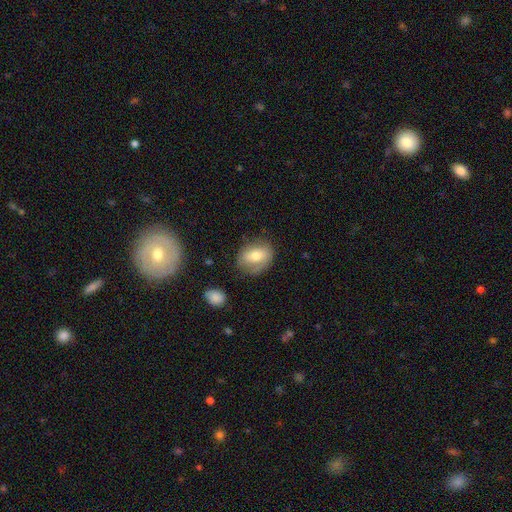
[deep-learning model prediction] Overall: smooth (65%; featured or disk 27%). How rounded: in between (59%; round 40%). Merging: none (71%).